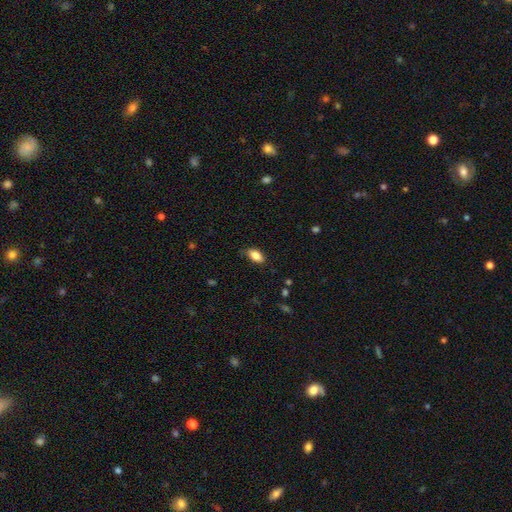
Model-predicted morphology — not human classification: Smooth or featured?
  - smooth: 86% *
  - star or artifact: 8%
  - featured or disk: 6%
How rounded?
  - in between: 91% *
  - cigar-shaped: 5%
  - round: 4%
Merging?
  - none: 82% *
  - minor disturbance: 14%
  - major disturbance: 3%
  - merger: 1%